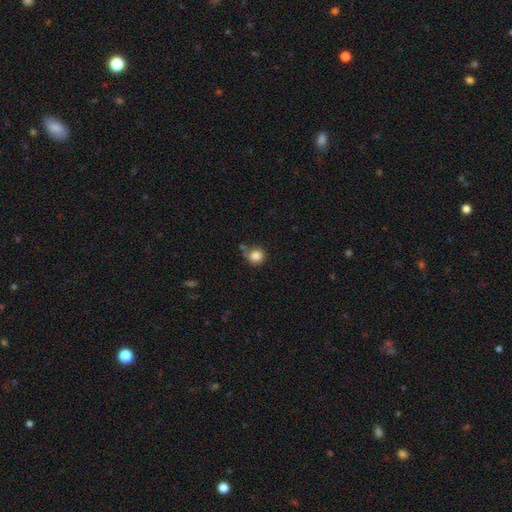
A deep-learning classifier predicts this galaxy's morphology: smooth-or-featured: smooth: 85% | star or artifact: 10% | featured or disk: 5%
  how-rounded: round: 88% | in between: 11% | cigar-shaped: 1%
  merging: none: 63% | minor disturbance: 20% | merger: 11% | major disturbance: 6%